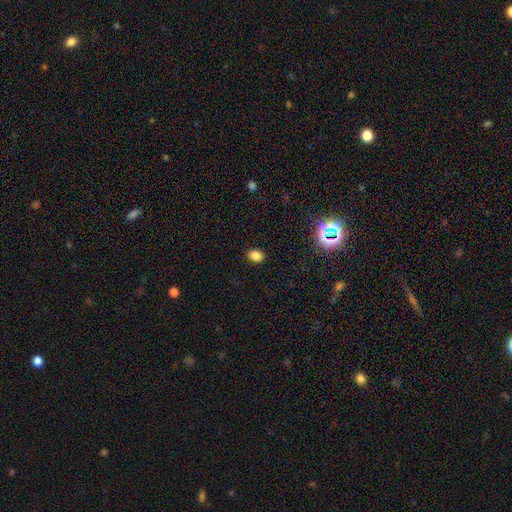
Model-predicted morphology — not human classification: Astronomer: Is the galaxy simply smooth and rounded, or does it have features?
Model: smooth — 82%.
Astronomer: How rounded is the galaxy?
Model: in between — 57% (runner-up: round, 42%).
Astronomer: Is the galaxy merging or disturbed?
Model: none — 87%.